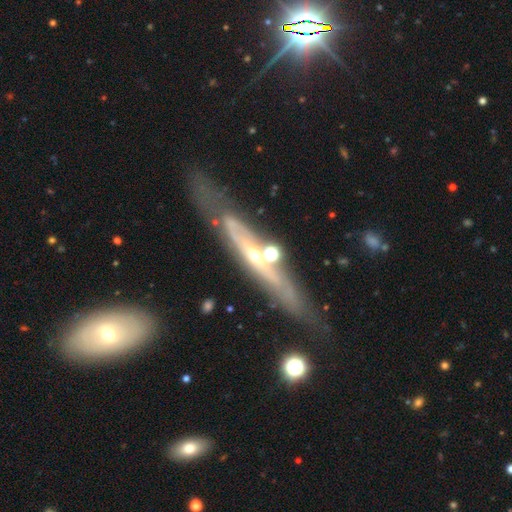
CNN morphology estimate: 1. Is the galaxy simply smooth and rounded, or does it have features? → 75% featured or disk, 17% smooth, 8% star or artifact.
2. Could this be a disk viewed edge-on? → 71% yes, 29% no.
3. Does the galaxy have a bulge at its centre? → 68% rounded, 28% none, 4% boxy.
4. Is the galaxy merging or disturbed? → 63% none, 20% minor disturbance, 9% merger, 8% major disturbance.